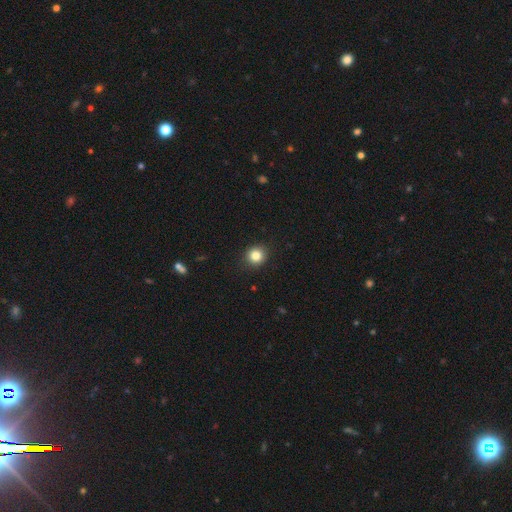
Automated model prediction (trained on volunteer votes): Smooth or featured? smooth (84%)
How rounded? round (89%)
Merging? none (91%)